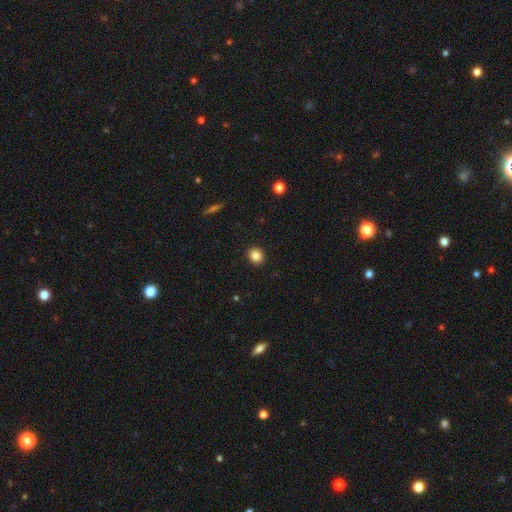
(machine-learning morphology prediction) A smooth galaxy with no disk features (85%) that is round (67%).

Vote fractions:
- Smooth or featured? smooth: 85% / star or artifact: 10% / featured or disk: 5%
- How rounded? round: 67% / in between: 32% / cigar-shaped: 1%
- Merging? none: 91% / minor disturbance: 6% / major disturbance: 2% / merger: 1%